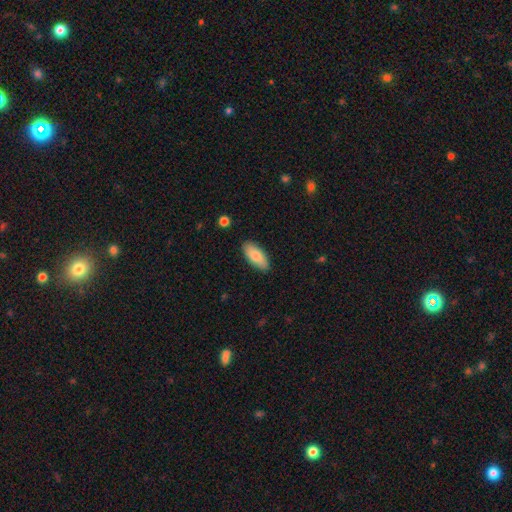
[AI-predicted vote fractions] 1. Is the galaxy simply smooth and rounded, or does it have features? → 81% smooth, 13% featured or disk, 6% star or artifact.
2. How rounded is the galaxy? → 86% in between, 12% cigar-shaped, 2% round.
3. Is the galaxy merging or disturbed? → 87% none, 10% minor disturbance, 2% major disturbance, 1% merger.